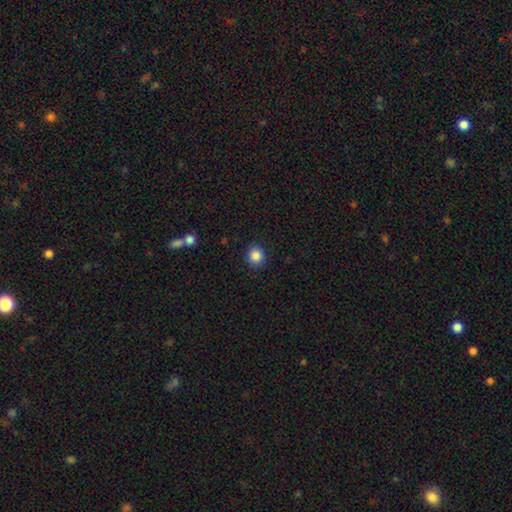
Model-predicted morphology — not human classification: The model was most divided on "smooth or featured": smooth: 86%, star or artifact: 10%, featured or disk: 4%. More confident: merging — none (91%); how rounded — round (88%).